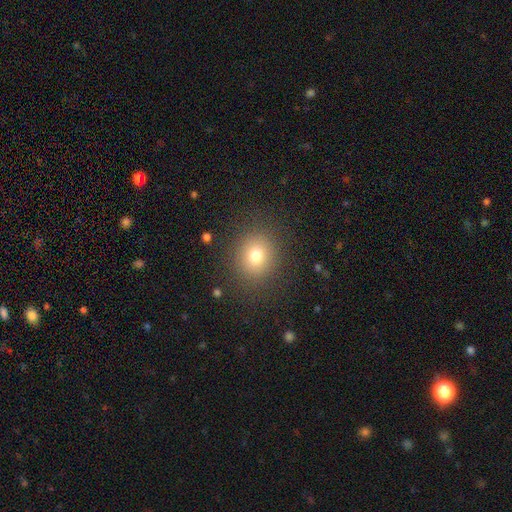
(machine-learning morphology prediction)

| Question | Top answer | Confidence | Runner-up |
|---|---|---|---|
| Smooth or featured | smooth | 76% | star or artifact (14%) |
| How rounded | round | 80% | in between (19%) |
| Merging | none | 87% | minor disturbance (8%) |